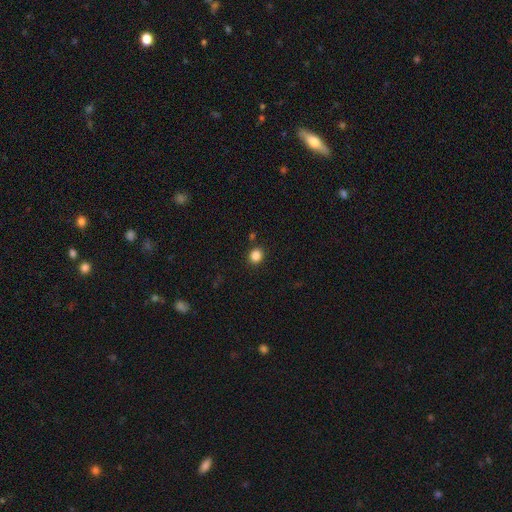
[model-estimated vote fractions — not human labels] smooth 85%, star or artifact 11%, featured or disk 4%. Down the decision tree: how rounded — round (77%); merging — none (88%).